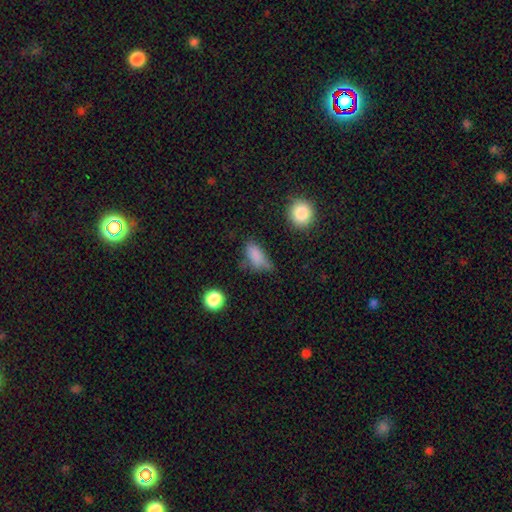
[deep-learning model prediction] Smooth or featured?
  - smooth: 78% *
  - star or artifact: 11%
  - featured or disk: 11%
How rounded?
  - in between: 80% *
  - cigar-shaped: 14%
  - round: 7%
Merging?
  - minor disturbance: 38% * (tied)
  - none: 38% * (tied)
  - major disturbance: 18%
  - merger: 5%